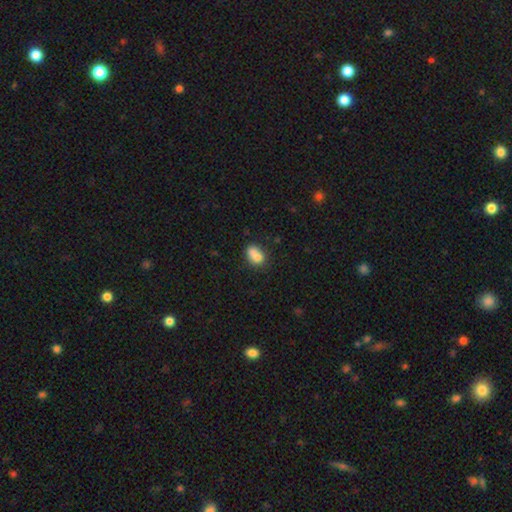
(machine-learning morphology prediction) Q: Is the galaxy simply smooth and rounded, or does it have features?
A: smooth — 75%.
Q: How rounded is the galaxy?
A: in between — 67%.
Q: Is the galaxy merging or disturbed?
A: merger — 40%.